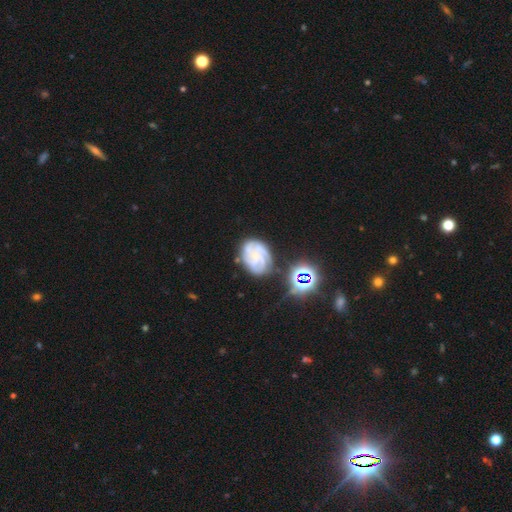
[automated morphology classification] type=featured or disk (77%); edge-on=no (98%); bar=no (69%); spiral arms=yes (94%); winding=tight (65%); arm count=3 (33%); bulge=small (56%); merging=none (65%).